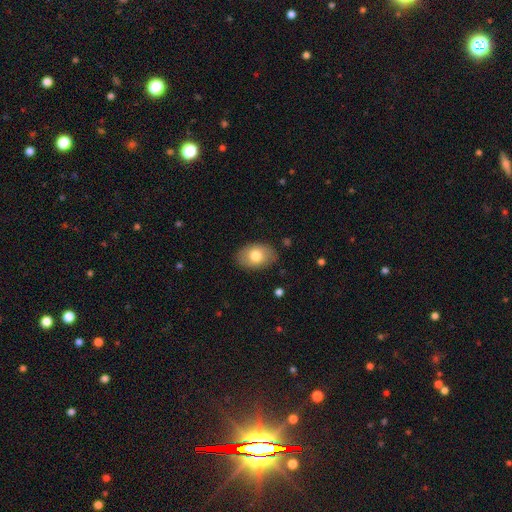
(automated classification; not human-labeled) smooth-or-featured: smooth: 77% | featured or disk: 16% | star or artifact: 7%
  how-rounded: in between: 84% | round: 15% | cigar-shaped: 1%
  merging: none: 85% | minor disturbance: 11% | major disturbance: 3% | merger: 1%